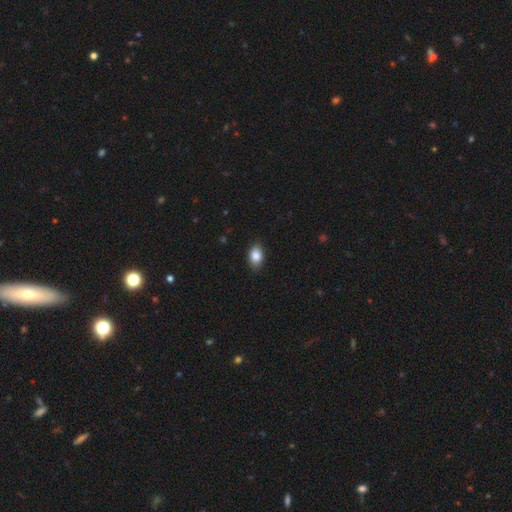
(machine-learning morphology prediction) A smooth galaxy with no disk features (85%) that is in between round and cigar-shaped (82%).

Vote fractions:
- Smooth or featured? smooth: 85% / star or artifact: 8% / featured or disk: 7%
- How rounded? in between: 82% / round: 16% / cigar-shaped: 2%
- Merging? none: 84% / minor disturbance: 13% / major disturbance: 2% / merger: 1%